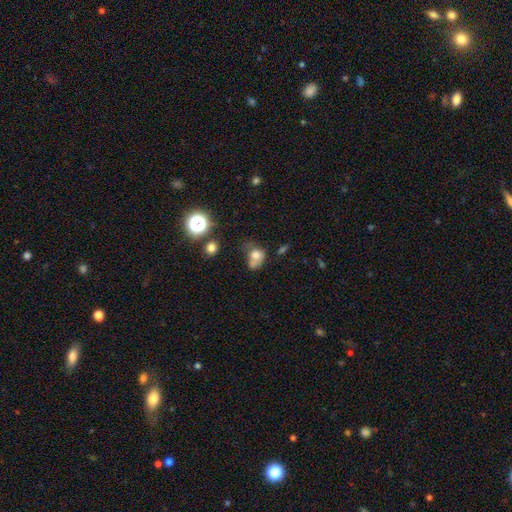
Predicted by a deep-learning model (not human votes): Overall: smooth (67%). How rounded: round (54%; in between 45%). Merging: merger (29%; none 28%).